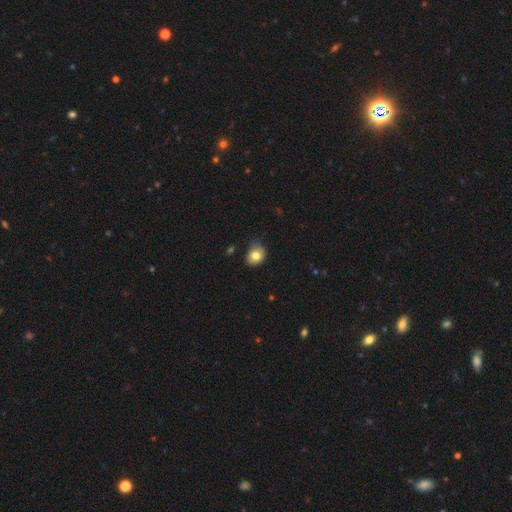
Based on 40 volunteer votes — Q: Smooth or featured?
A: smooth (82%); runner-up: featured or disk (12%)
Q: How rounded?
A: in between (61%); runner-up: round (39%)
Q: Merging?
A: none (45%); tied with: minor disturbance (45%)